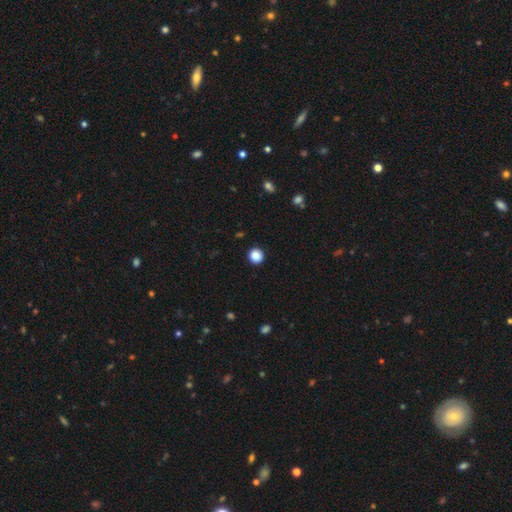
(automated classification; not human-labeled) Smooth or featured: smooth — 88% (star or artifact — 10%)
How rounded: round — 93% (in between — 6%)
Merging: none — 92% (minor disturbance — 5%)